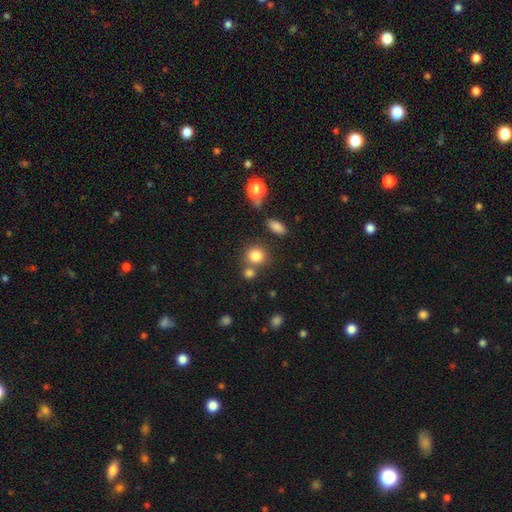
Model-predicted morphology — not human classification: The model was most divided on "merging": none: 65%, merger: 21%, minor disturbance: 10%, major disturbance: 4%. More confident: how rounded — round (83%); smooth or featured — smooth (82%).